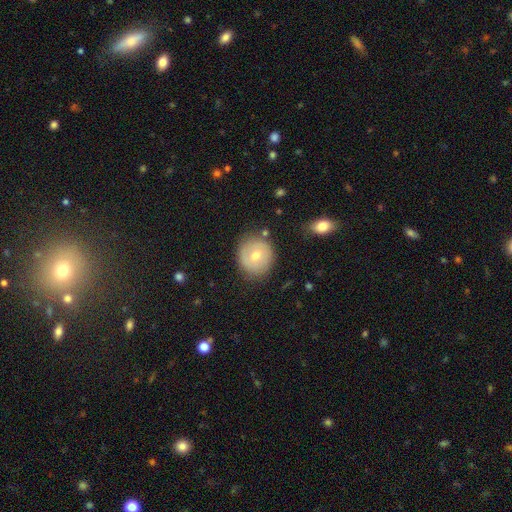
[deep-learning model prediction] smooth_or_featured: smooth (p=0.57) [alt: featured or disk p=0.36]
how_rounded: round (p=0.86) [alt: in between p=0.13]
merging: none (p=0.78) [alt: minor disturbance p=0.15]